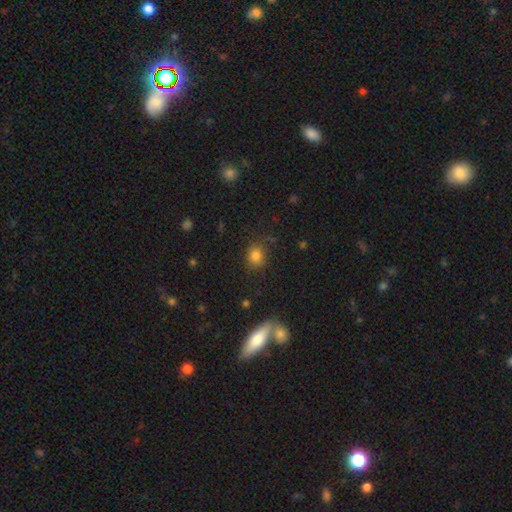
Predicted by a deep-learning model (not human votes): This is clearly a smooth galaxy (80%). How rounded: likely round (65%). Merging: likely none (76%).